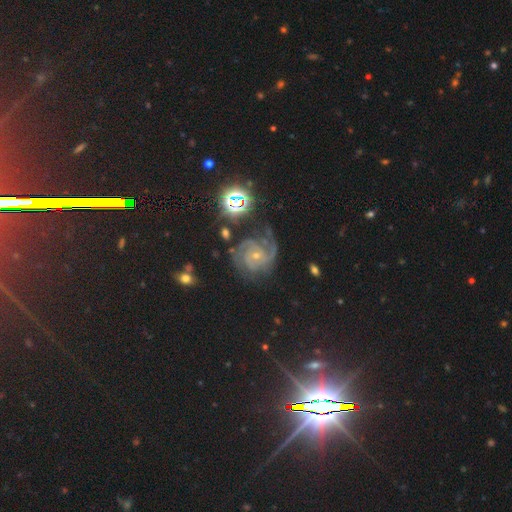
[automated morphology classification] Smooth or featured: featured or disk — 85% (star or artifact — 10%)
Edge-on disk: no — 98% (yes — 2%)
Bar: no — 69% (weak — 25%)
Spiral arms: yes — 98% (no — 2%)
Spiral winding: tight — 54% (medium — 38%)
Spiral arm count: 3 — 35% (2 — 28%)
Bulge size: small — 71% (moderate — 25%)
Merging: none — 60% (minor disturbance — 22%)